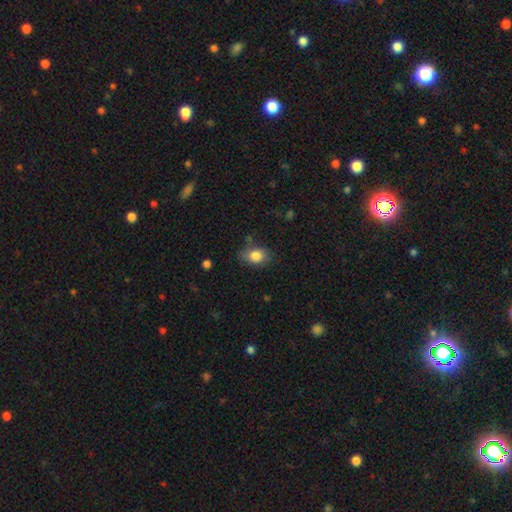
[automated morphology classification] smooth_or_featured: smooth (p=0.83) [alt: featured or disk p=0.09]
how_rounded: in between (p=0.73) [alt: round p=0.26]
merging: none (p=0.71) [alt: minor disturbance p=0.21]